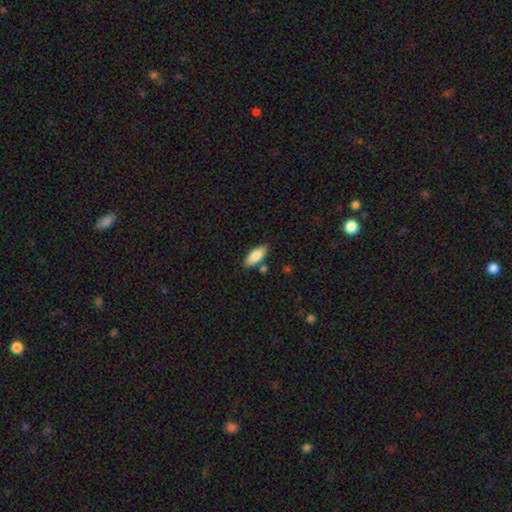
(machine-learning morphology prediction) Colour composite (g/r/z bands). It shows a smooth galaxy with no disk features (84%) that is in between round and cigar-shaped (82%). Merging: none (82%).